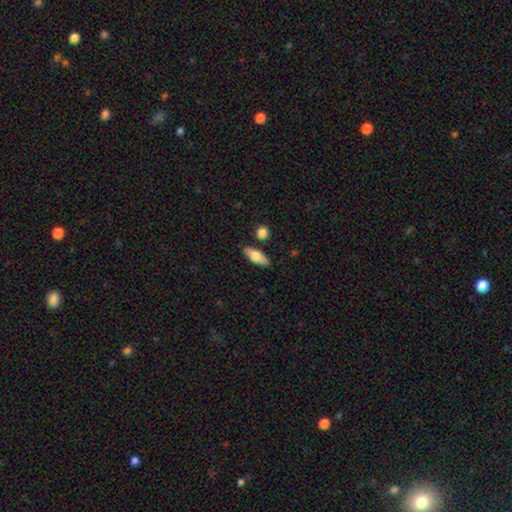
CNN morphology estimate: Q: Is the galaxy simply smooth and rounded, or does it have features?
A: smooth — 70%.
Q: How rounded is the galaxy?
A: in between — 71%.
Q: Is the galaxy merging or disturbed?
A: none — 82%.